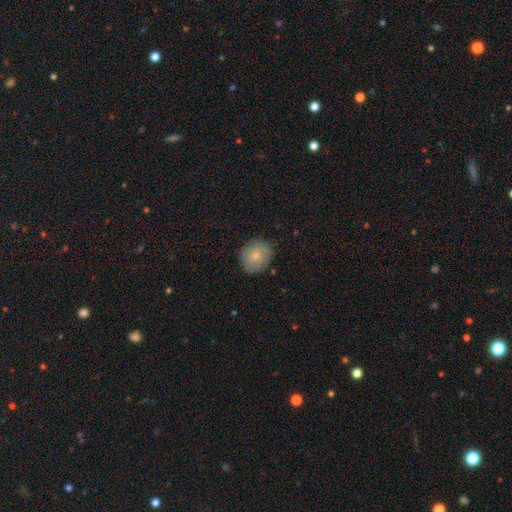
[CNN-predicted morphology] This is likely a smooth galaxy (68%). How rounded: likely round (72%). Merging: likely none (80%).